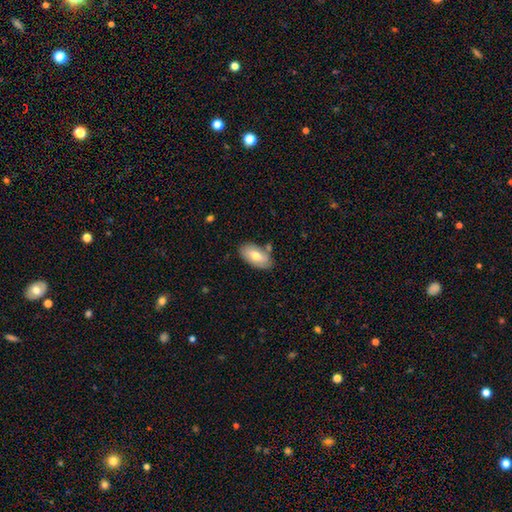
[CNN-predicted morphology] The model was most divided on "smooth or featured": smooth: 65%, featured or disk: 28%, star or artifact: 6%. More confident: how rounded — in between (94%); merging — none (73%).